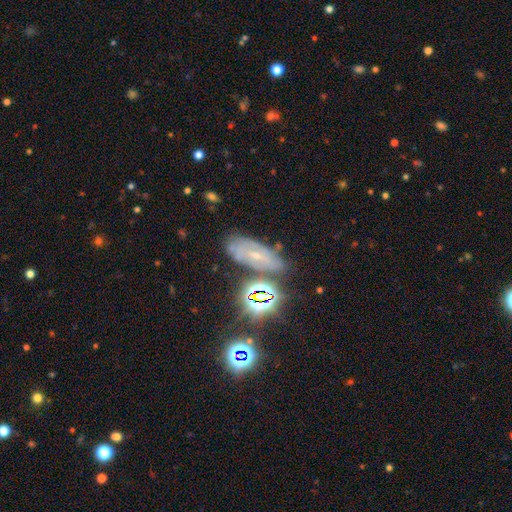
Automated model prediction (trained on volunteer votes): Smooth or featured?
  - featured or disk: 46% *
  - star or artifact: 34%
  - smooth: 20%
Merging?
  - none: 70% *
  - minor disturbance: 17%
  - major disturbance: 7%
  - merger: 6%